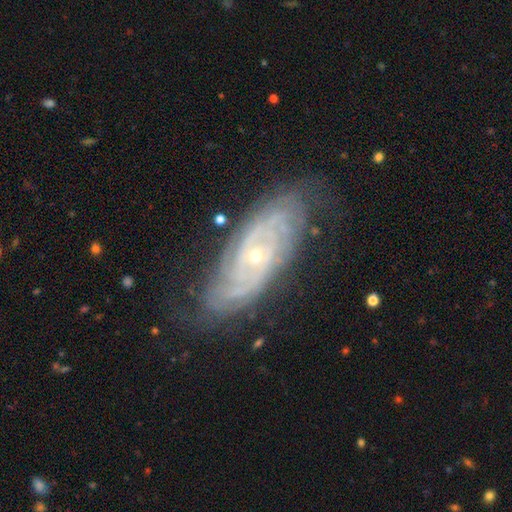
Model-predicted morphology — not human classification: Smooth or featured?
  - featured or disk: 88% *
  - smooth: 6%
  - star or artifact: 6%
Edge-on disk?
  - no: 92% *
  - yes: 8%
Bar?
  - no: 72% *
  - weak: 21%
  - strong: 7%
Spiral arms?
  - yes: 97% *
  - no: 3%
Spiral winding?
  - tight: 76% *
  - medium: 20%
  - loose: 4%
Spiral arm count?
  - can't tell: 29% * (tied)
  - 2: 29% * (tied)
  - 3: 17%
  - 4: 12%
  - more than 4: 7%
  - 1: 6%
Bulge size?
  - small: 74% *
  - moderate: 24%
  - large: 1%
  - none: 1%
  - dominant: 1%
Merging?
  - none: 75% *
  - minor disturbance: 18%
  - major disturbance: 5%
  - merger: 1%